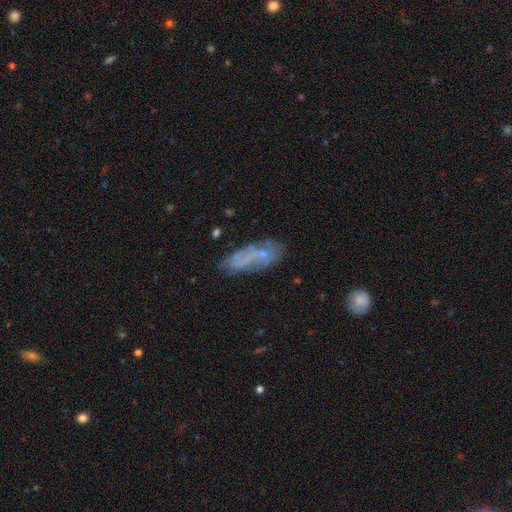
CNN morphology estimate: Overall: smooth (48%; featured or disk 40%). Merging: none (66%).